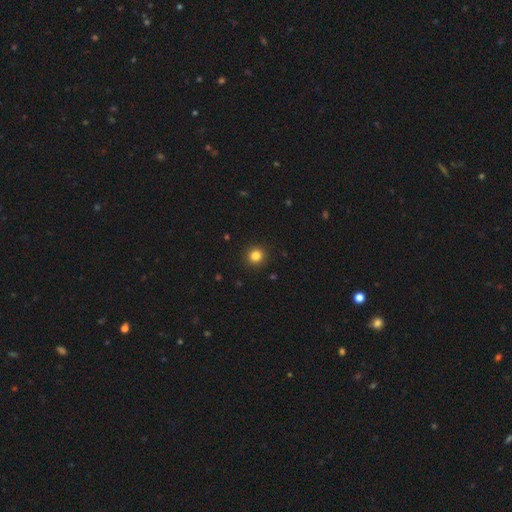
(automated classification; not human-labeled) smooth-or-featured: smooth: 84% | star or artifact: 12% | featured or disk: 4%
  how-rounded: round: 93% | in between: 6% | cigar-shaped: 1%
  merging: none: 92% | minor disturbance: 5% | major disturbance: 2% | merger: 1%